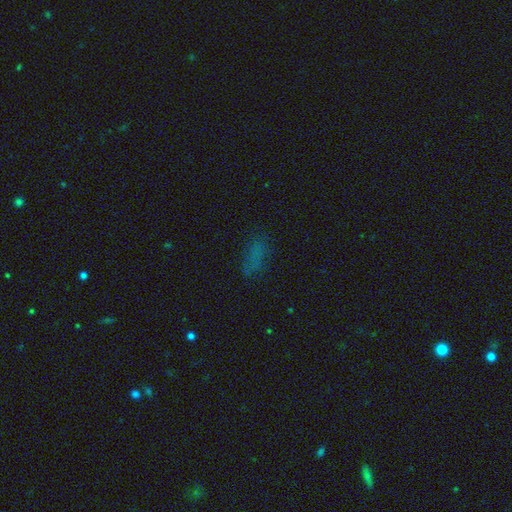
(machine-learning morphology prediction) A smooth galaxy with no disk features (62%) that is in between round and cigar-shaped (73%). Merging: none (73%).